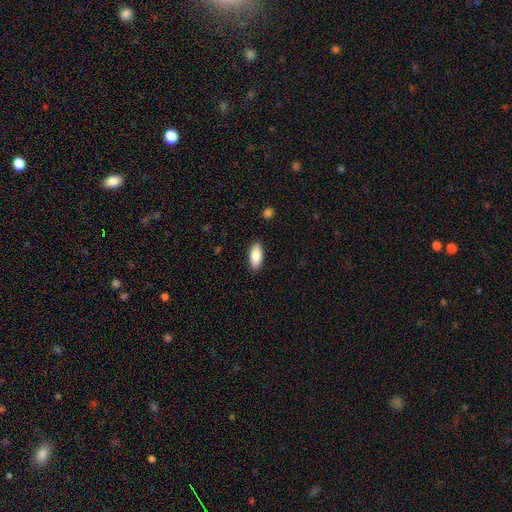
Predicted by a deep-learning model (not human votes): Morphology: type=smooth (88%); roundness=in between (84%); merging=none (89%).